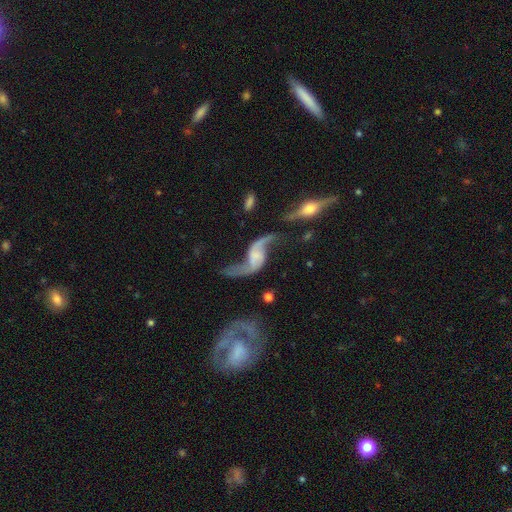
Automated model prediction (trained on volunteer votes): Q: Smooth or featured?
A: featured or disk (88%); runner-up: smooth (7%)
Q: Edge-on disk?
A: no (94%); runner-up: yes (6%)
Q: Bar?
A: no (48%); runner-up: weak (37%)
Q: Spiral arms?
A: yes (95%); runner-up: no (5%)
Q: Spiral winding?
A: loose (93%); runner-up: medium (5%)
Q: Spiral arm count?
A: 2 (93%); runner-up: 1 (2%)
Q: Bulge size?
A: none (55%); runner-up: small (22%)
Q: Merging?
A: none (54%); runner-up: minor disturbance (18%)